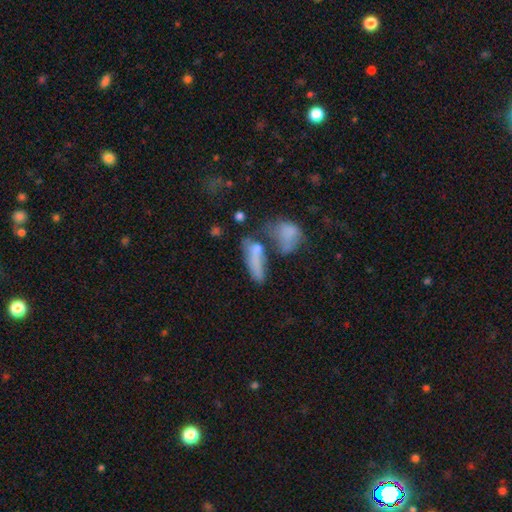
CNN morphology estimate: Q: Smooth or featured?
A: smooth (67%); runner-up: featured or disk (20%)
Q: How rounded?
A: in between (51%); runner-up: cigar-shaped (41%)
Q: Merging?
A: merger (37%); runner-up: none (33%)